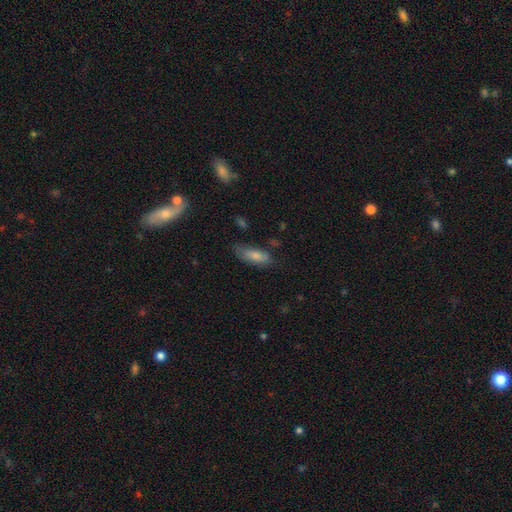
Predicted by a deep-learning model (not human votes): This is likely a smooth galaxy (77%). How rounded: likely in between (74%). Merging: possibly none (60%).